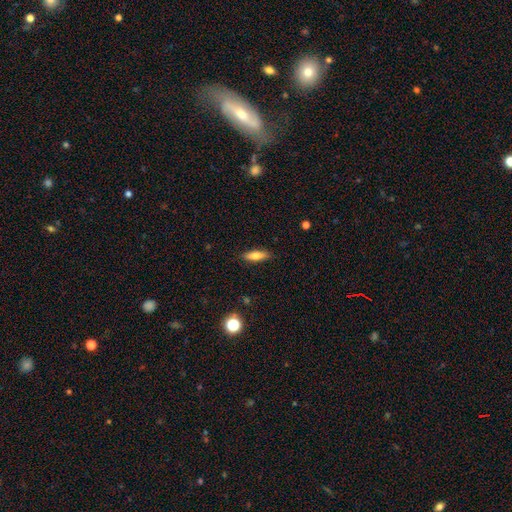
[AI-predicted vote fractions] smooth-or-featured: smooth: 75% | featured or disk: 17% | star or artifact: 8%
  how-rounded: cigar-shaped: 51% | in between: 46% | round: 2%
  merging: none: 88% | minor disturbance: 9% | major disturbance: 2% | merger: 1%